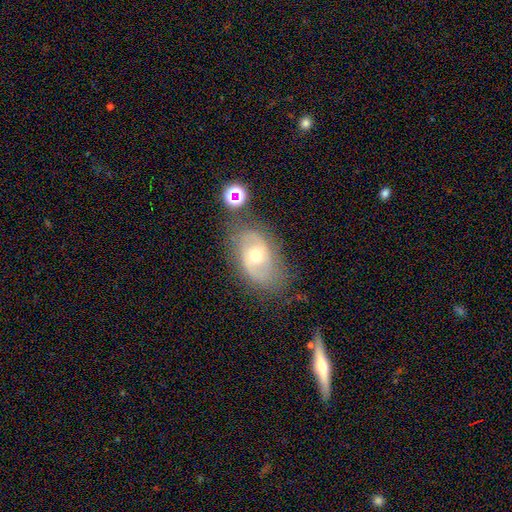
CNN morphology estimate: Smooth or featured? Predicted: featured or disk (p=0.67). Edge-on disk? Predicted: no (p=0.94). Bar? Predicted: no (p=0.56). Spiral arms? Predicted: yes (p=0.75). Bulge size? Predicted: moderate (p=0.67). Merging? Predicted: none (p=0.67).